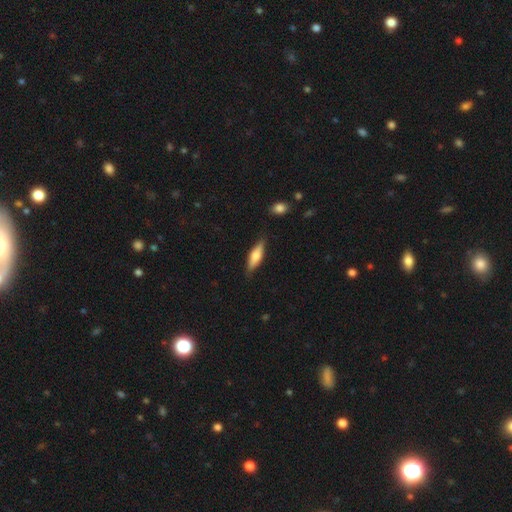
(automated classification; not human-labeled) The model was most divided on "how rounded": cigar-shaped: 57%, in between: 41%, round: 2%. More confident: merging — none (82%); smooth or featured — smooth (60%).